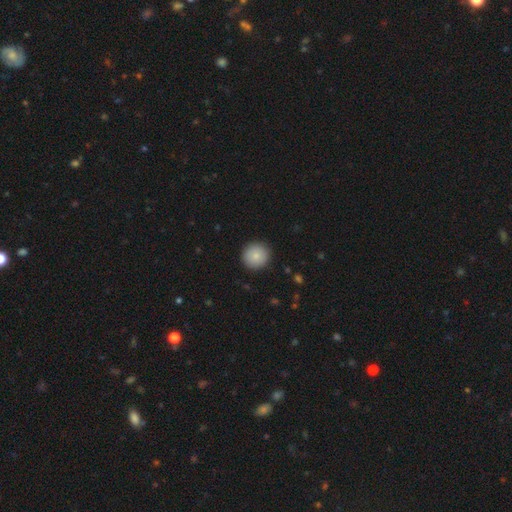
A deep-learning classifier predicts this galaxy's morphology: Smooth or featured? Predicted: smooth (p=0.85). How rounded? Predicted: round (p=0.94). Merging? Predicted: none (p=0.91).